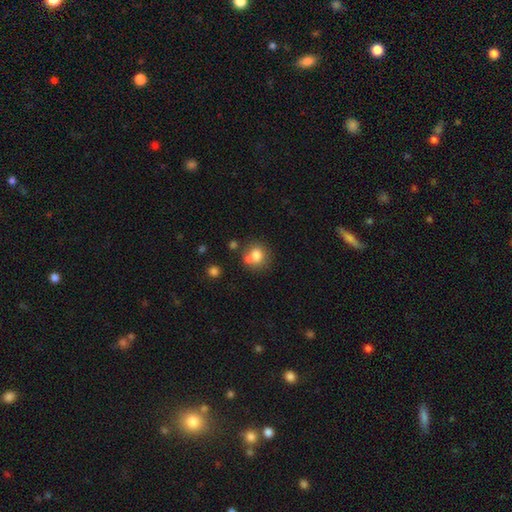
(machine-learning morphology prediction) smooth-or-featured: smooth: 77% | featured or disk: 12% | star or artifact: 11%
  how-rounded: round: 83% | in between: 17% | cigar-shaped: 1%
  merging: none: 58% | merger: 26% | minor disturbance: 12% | major disturbance: 4%